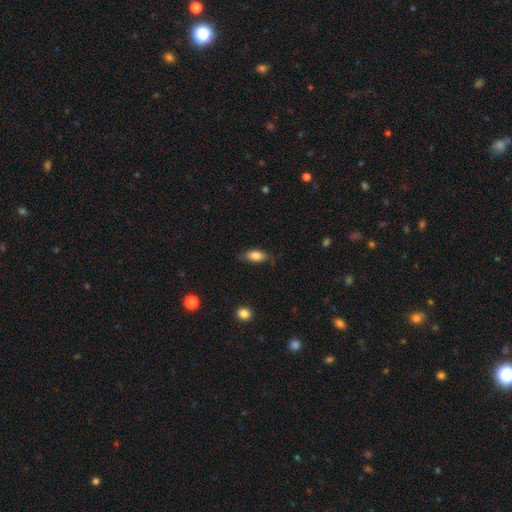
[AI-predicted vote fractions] Morphology: type=smooth (82%); roundness=in between (88%); merging=none (75%).